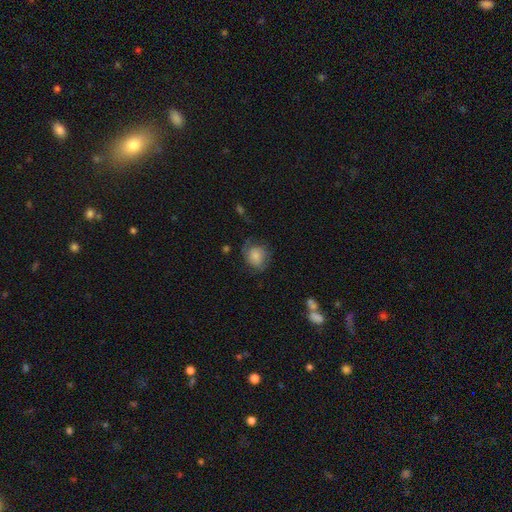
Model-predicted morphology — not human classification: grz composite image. It shows a smooth galaxy with no disk features (64%) that is round (71%). Merging: none (54%).